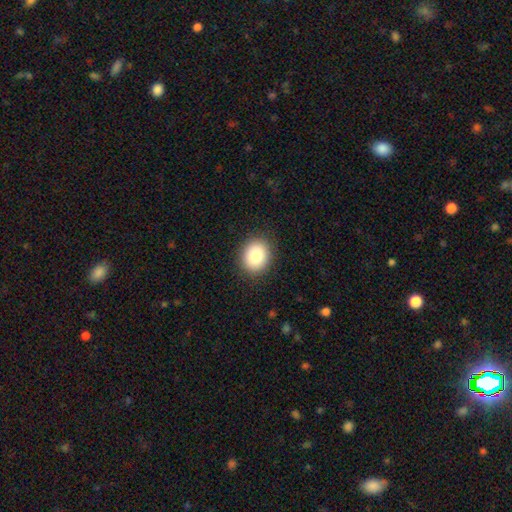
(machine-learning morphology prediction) smooth-or-featured: smooth: 85% | star or artifact: 8% | featured or disk: 7%
  how-rounded: round: 57% | in between: 42% | cigar-shaped: 1%
  merging: none: 89% | minor disturbance: 8% | major disturbance: 2% | merger: 1%